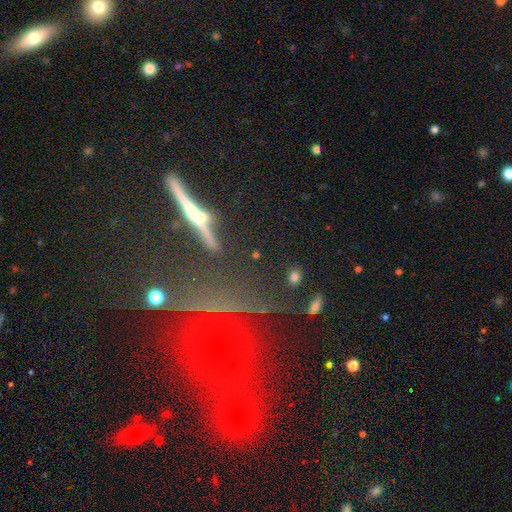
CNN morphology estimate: This is marginally a featured or disk galaxy (34%). Merging: likely none (75%).